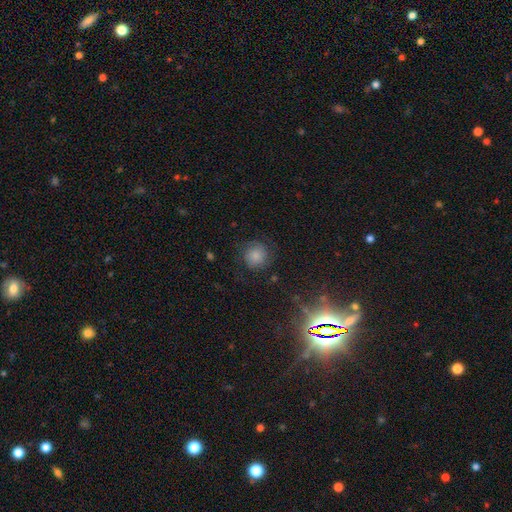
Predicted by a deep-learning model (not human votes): Smooth or featured? Predicted: smooth (p=0.65). How rounded? Predicted: round (p=0.90). Merging? Predicted: none (p=0.73).